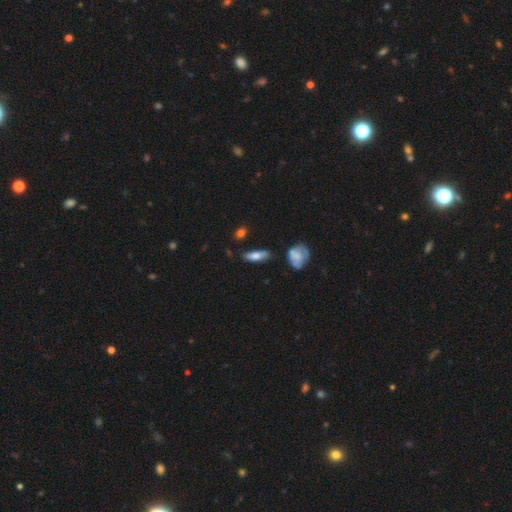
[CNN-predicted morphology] This appears to be a smooth galaxy with no disk features (69%) that is in between round and cigar-shaped (54%). Merging: none (75%).